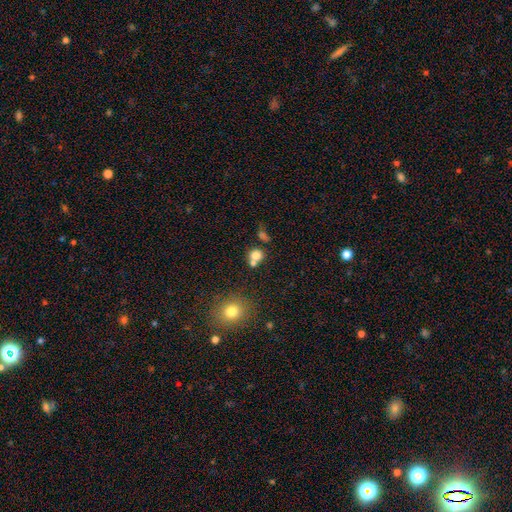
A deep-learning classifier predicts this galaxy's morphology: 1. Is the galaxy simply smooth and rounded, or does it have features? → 77% smooth, 13% star or artifact, 10% featured or disk.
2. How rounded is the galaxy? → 81% round, 18% in between, 1% cigar-shaped.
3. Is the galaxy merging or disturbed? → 49% none, 37% merger, 9% minor disturbance, 5% major disturbance.